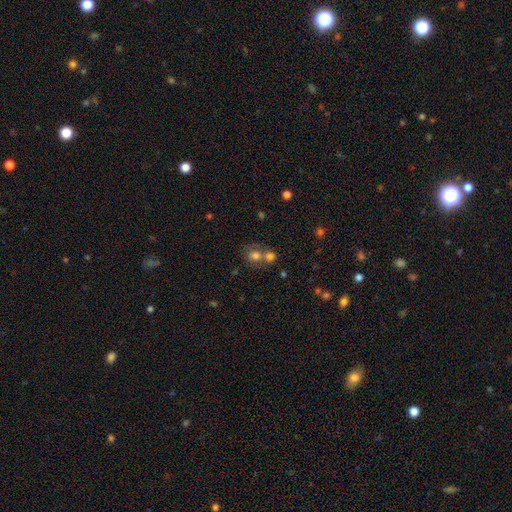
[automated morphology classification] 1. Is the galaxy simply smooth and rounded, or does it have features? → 73% smooth, 14% featured or disk, 13% star or artifact.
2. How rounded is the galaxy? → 71% round, 28% in between, 1% cigar-shaped.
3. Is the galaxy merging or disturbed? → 48% merger, 38% none, 9% minor disturbance, 5% major disturbance.